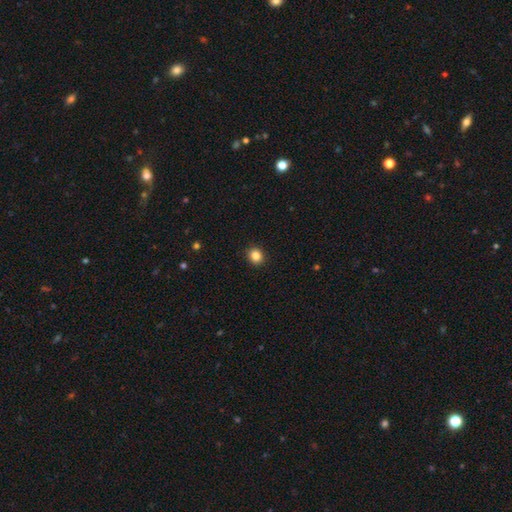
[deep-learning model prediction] smooth-or-featured: smooth: 85% | star or artifact: 11% | featured or disk: 4%
  how-rounded: round: 76% | in between: 23% | cigar-shaped: 1%
  merging: none: 92% | minor disturbance: 5% | major disturbance: 2% | merger: 1%